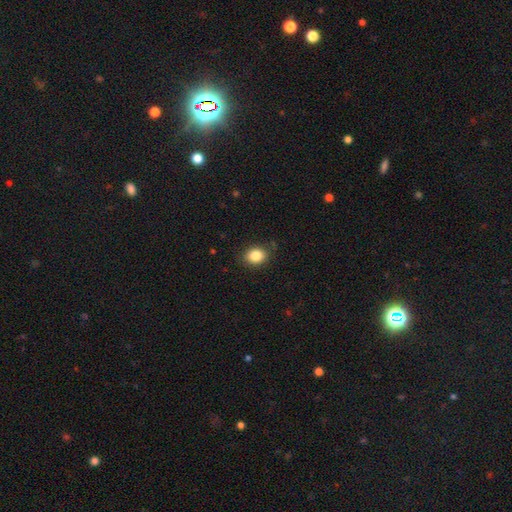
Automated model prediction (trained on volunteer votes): Smooth or featured: smooth — 85% (star or artifact — 9%)
How rounded: in between — 50% (round — 49%)
Merging: none — 85% (minor disturbance — 12%)